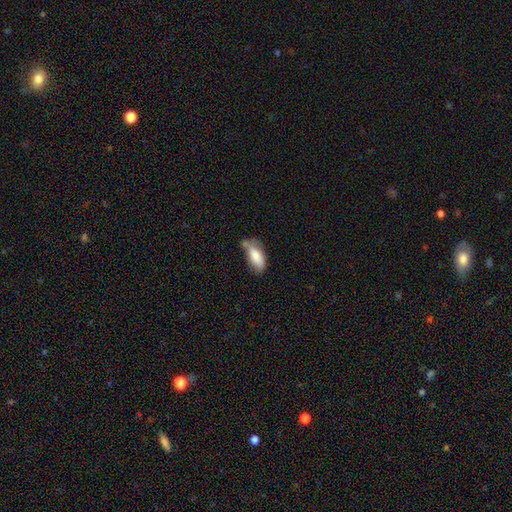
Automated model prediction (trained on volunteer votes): A smooth galaxy with no disk features (78%) that is in between round and cigar-shaped (85%). Merging: none (39%).